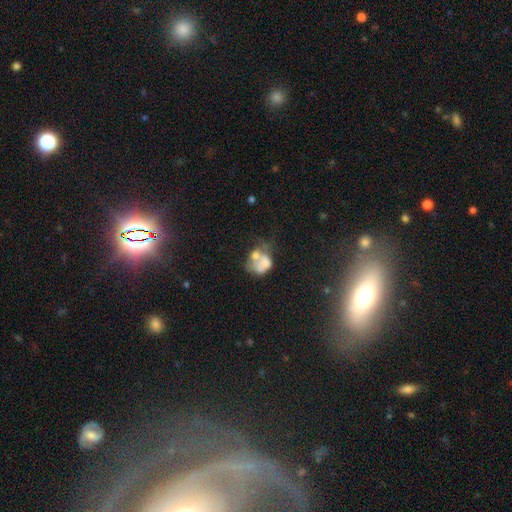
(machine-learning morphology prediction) Smooth or featured? smooth (47%)
Merging? merger (49%)